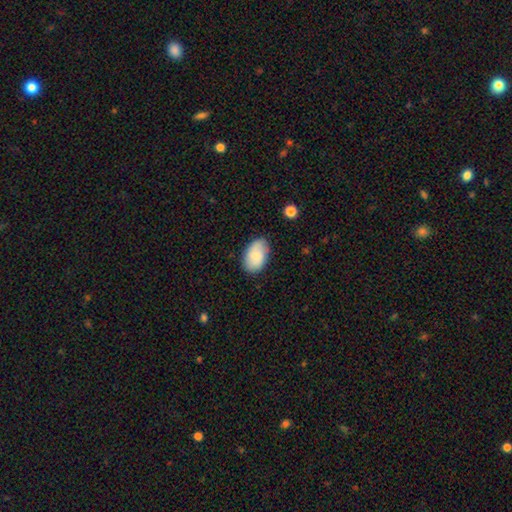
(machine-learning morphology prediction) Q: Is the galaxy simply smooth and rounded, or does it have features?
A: smooth — 76%.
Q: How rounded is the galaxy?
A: in between — 92%.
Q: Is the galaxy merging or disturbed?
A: none — 80%.